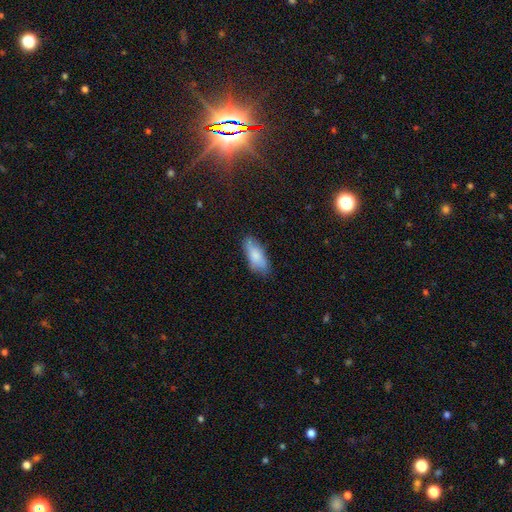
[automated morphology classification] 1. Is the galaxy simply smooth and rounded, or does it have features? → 78% smooth, 15% featured or disk, 6% star or artifact.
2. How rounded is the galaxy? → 78% in between, 20% cigar-shaped, 2% round.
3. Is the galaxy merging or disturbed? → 70% none, 23% minor disturbance, 5% major disturbance, 2% merger.